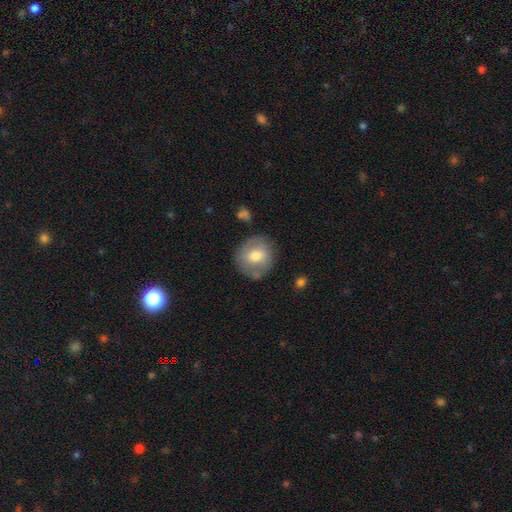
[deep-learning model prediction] Overall: smooth (62%; featured or disk 31%). How rounded: round (82%). Merging: none (74%).